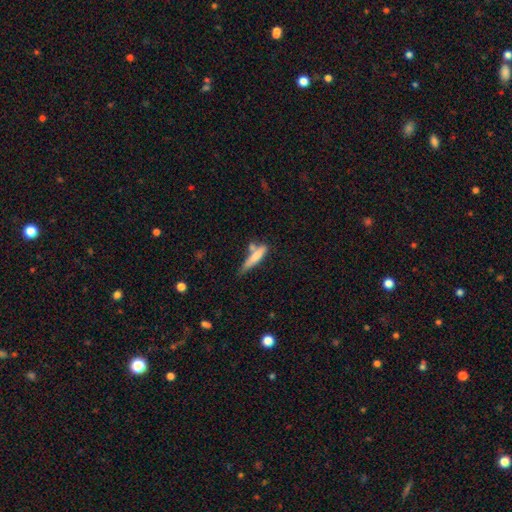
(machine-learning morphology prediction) smooth_or_featured: smooth (p=0.72) [alt: featured or disk p=0.21]
how_rounded: cigar-shaped (p=0.80) [alt: in between p=0.18]
merging: none (p=0.47) [alt: minor disturbance p=0.24]